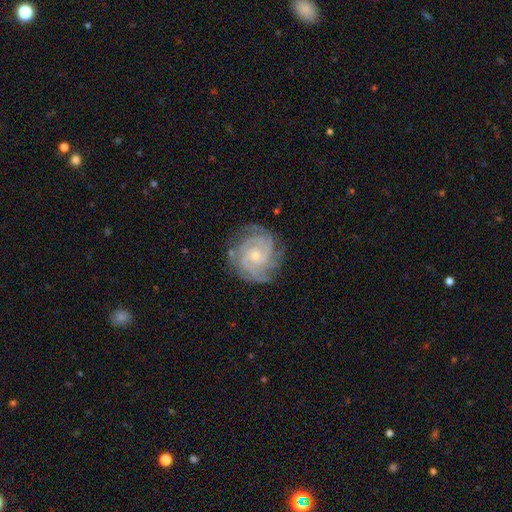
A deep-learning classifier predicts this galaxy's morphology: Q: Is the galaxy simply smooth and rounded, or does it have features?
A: featured or disk — 90%.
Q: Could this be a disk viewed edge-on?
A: no — 98%.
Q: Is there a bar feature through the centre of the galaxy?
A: no — 72%.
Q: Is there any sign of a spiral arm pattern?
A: yes — 98%.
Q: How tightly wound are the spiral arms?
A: tight — 75%.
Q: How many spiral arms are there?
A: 3 — 32%.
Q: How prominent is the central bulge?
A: small — 72%.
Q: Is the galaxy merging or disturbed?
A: none — 79%.